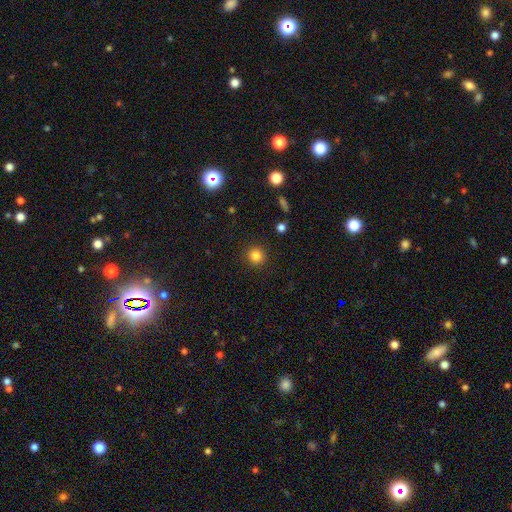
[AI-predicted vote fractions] Overall: smooth (83%). How rounded: round (93%). Merging: none (90%).